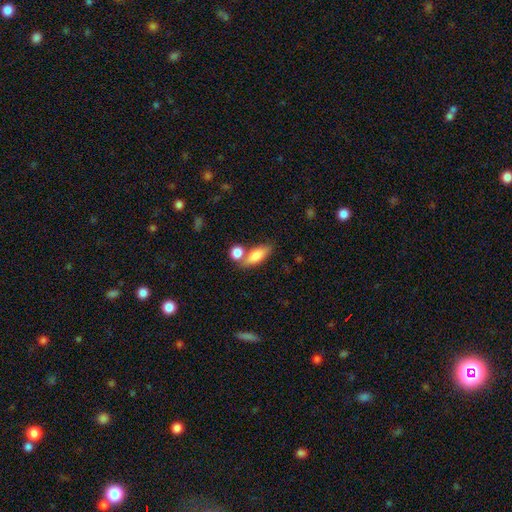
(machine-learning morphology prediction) smooth 77%, featured or disk 16%, star or artifact 7%. Down the decision tree: how rounded — in between (68%); merging — none (55%).